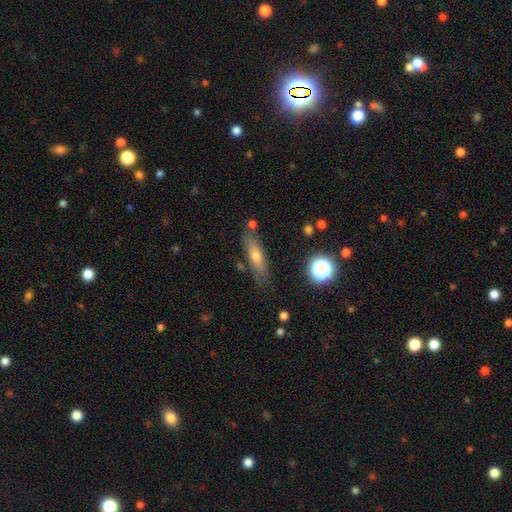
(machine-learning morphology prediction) Smooth or featured?
  - smooth: 55% *
  - featured or disk: 33%
  - star or artifact: 11%
How rounded?
  - cigar-shaped: 55% *
  - in between: 40%
  - round: 5%
Merging?
  - none: 74% *
  - minor disturbance: 16%
  - merger: 5%
  - major disturbance: 5%